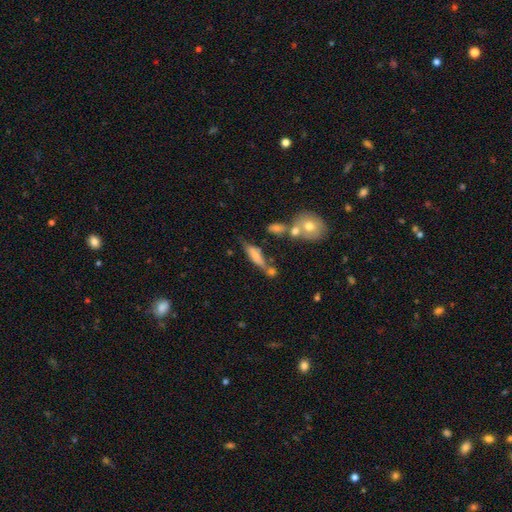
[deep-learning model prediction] A smooth galaxy with no disk features (62%) that is cigar-shaped (62%). Merging: none (47%).